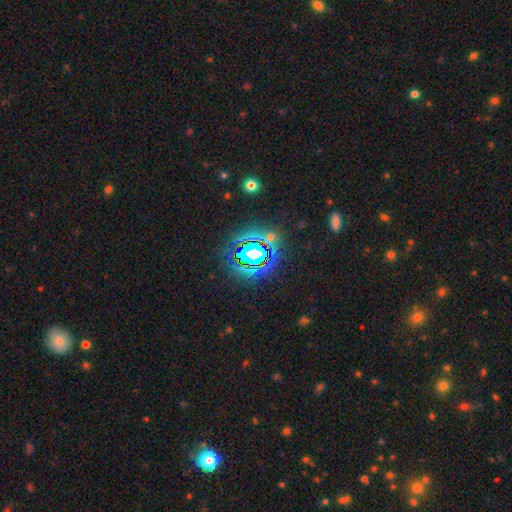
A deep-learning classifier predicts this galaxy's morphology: type=star or artifact (80%).